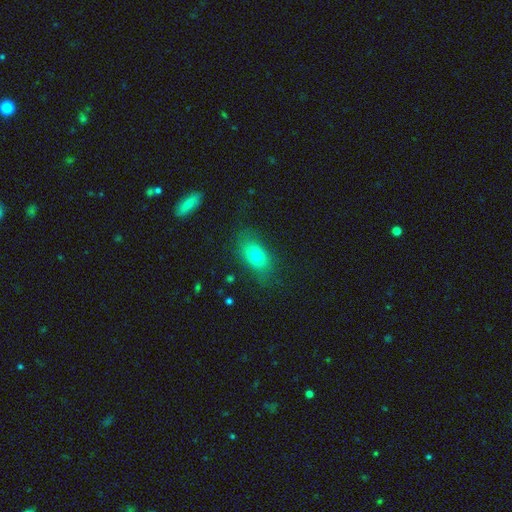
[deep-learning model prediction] The model was most divided on "merging": none: 76%, minor disturbance: 16%, major disturbance: 7%, merger: 2%. More confident: how rounded — in between (83%); smooth or featured — smooth (76%).